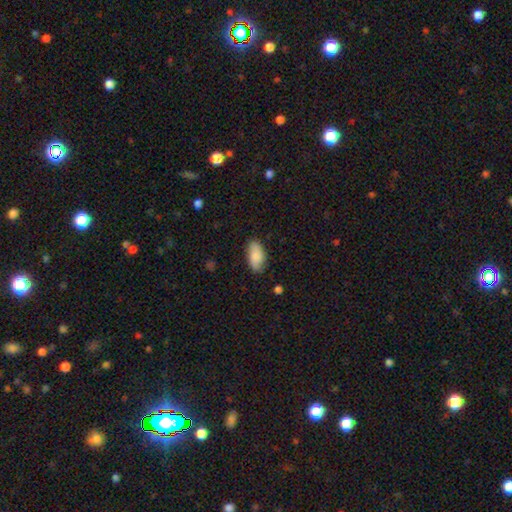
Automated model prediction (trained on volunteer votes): Overall: smooth (85%). How rounded: in between (93%). Merging: none (81%).